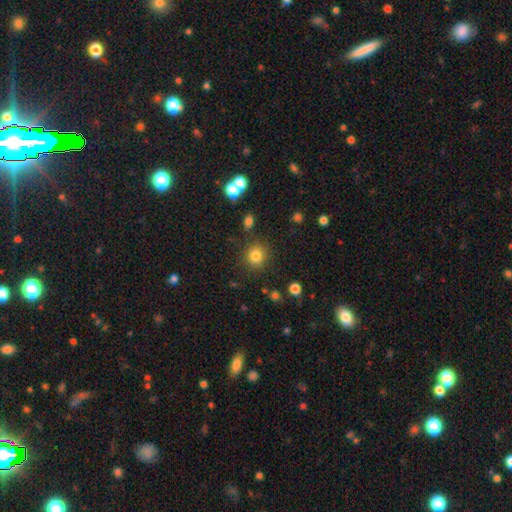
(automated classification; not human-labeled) Smooth or featured? Predicted: smooth (p=0.81). How rounded? Predicted: round (p=0.86). Merging? Predicted: none (p=0.85).